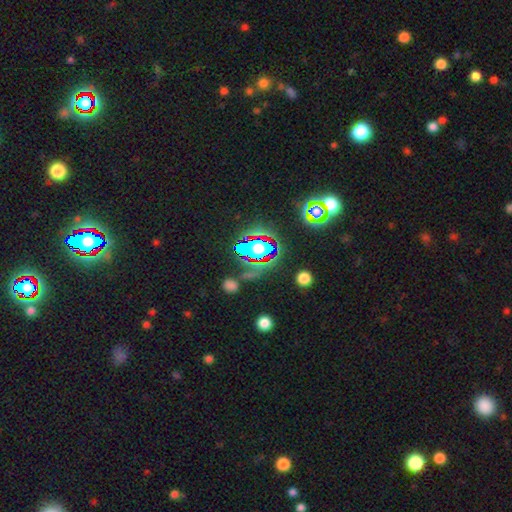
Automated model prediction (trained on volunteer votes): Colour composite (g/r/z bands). It shows a star or artifact, not a galaxy (81%).